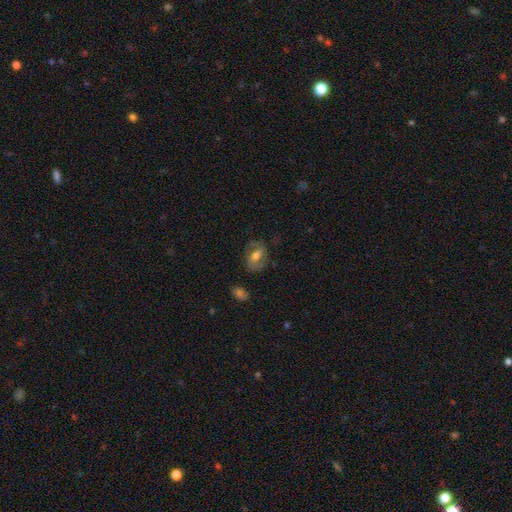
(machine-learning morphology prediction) The model was most divided on "smooth or featured": smooth: 47%, featured or disk: 45%, star or artifact: 9%. More confident: merging — none (67%).